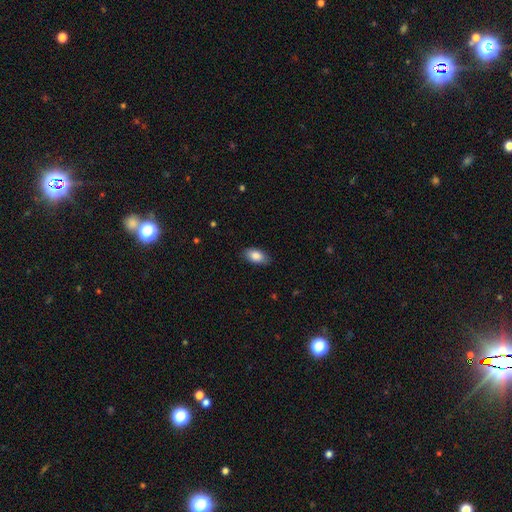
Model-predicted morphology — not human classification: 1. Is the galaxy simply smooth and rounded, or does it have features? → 86% smooth, 8% featured or disk, 7% star or artifact.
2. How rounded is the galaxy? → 93% in between, 4% round, 4% cigar-shaped.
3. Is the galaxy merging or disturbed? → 86% none, 11% minor disturbance, 2% major disturbance, 1% merger.